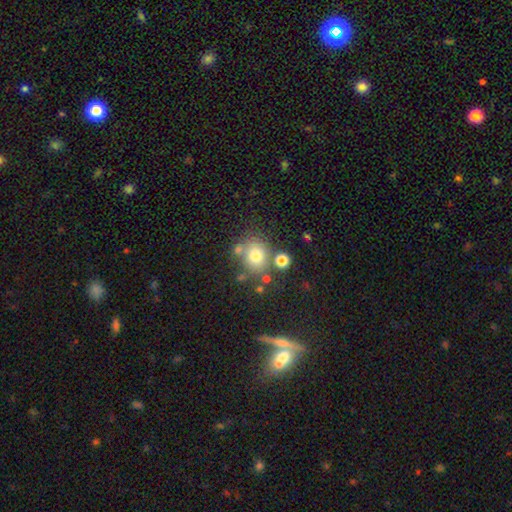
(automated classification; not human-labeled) smooth-or-featured: smooth: 73% | star or artifact: 14% | featured or disk: 13%
  how-rounded: round: 73% | in between: 26% | cigar-shaped: 1%
  merging: none: 65% | merger: 16% | minor disturbance: 14% | major disturbance: 6%